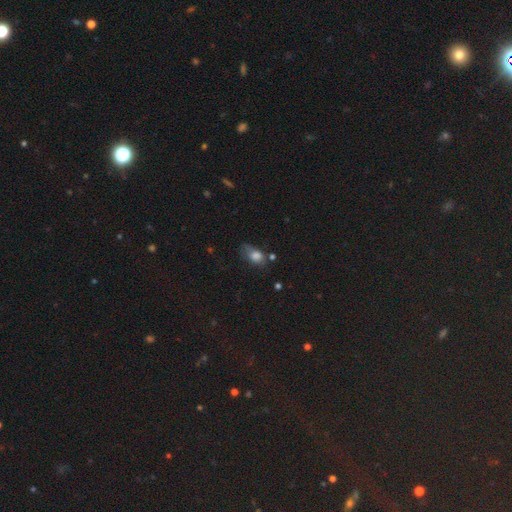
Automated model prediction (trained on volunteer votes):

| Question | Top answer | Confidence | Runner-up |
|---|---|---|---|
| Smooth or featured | smooth | 75% | featured or disk (15%) |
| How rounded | in between | 77% | round (19%) |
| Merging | none | 39% | minor disturbance (35%) |